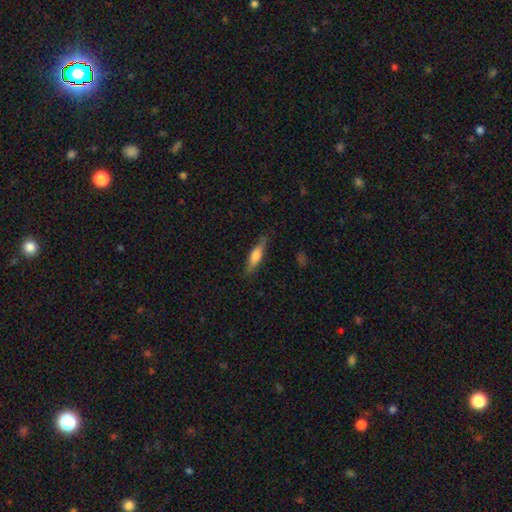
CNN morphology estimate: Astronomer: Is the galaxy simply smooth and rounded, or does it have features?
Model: smooth — 63%.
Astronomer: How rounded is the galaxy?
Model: cigar-shaped — 70%.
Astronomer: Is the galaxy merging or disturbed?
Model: none — 78%.